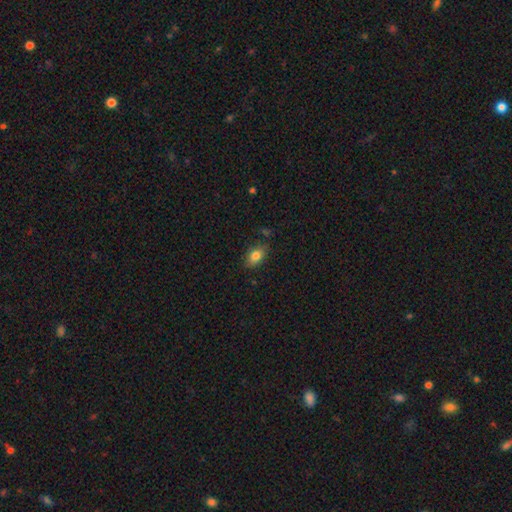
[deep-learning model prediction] smooth-or-featured: smooth: 81% | featured or disk: 10% | star or artifact: 9%
  how-rounded: in between: 83% | round: 14% | cigar-shaped: 3%
  merging: none: 78% | minor disturbance: 16% | major disturbance: 3% | merger: 3%